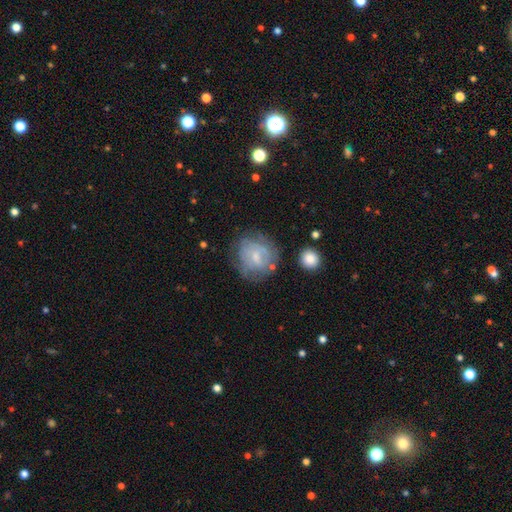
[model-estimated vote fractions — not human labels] Smooth or featured? featured or disk (46%)
Merging? none (58%)